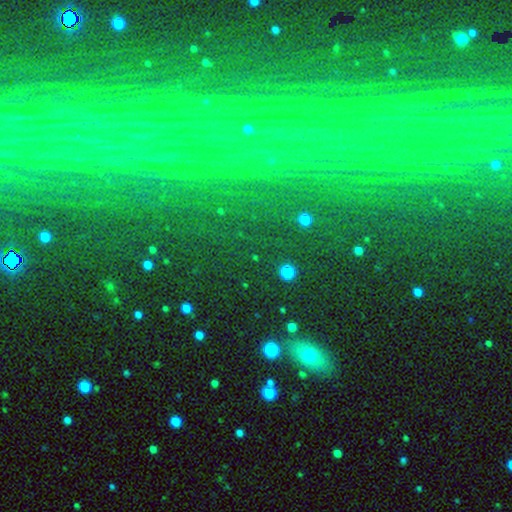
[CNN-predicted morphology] Smooth or featured: star or artifact — 75% (smooth — 13%)